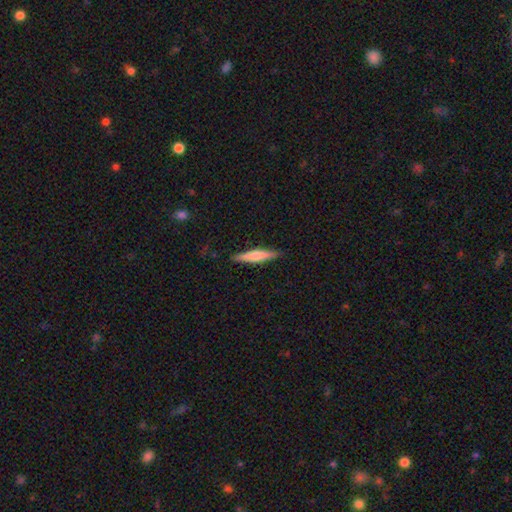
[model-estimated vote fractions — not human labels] Q: Smooth or featured?
A: smooth (59%); runner-up: featured or disk (35%)
Q: How rounded?
A: cigar-shaped (89%); runner-up: in between (9%)
Q: Merging?
A: none (90%); runner-up: minor disturbance (8%)